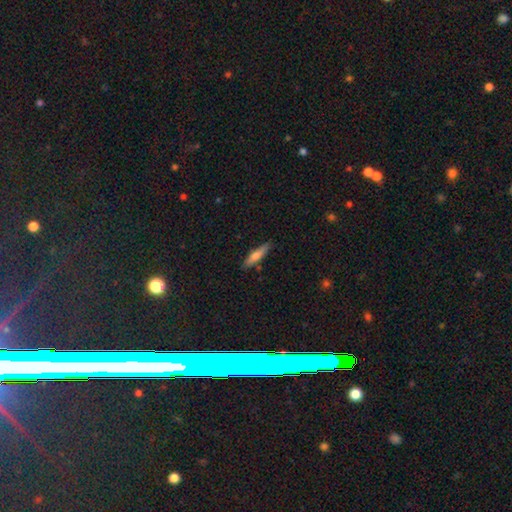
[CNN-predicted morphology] Smooth or featured: smooth — 66% (featured or disk — 28%)
How rounded: cigar-shaped — 80% (in between — 18%)
Merging: none — 85% (minor disturbance — 11%)